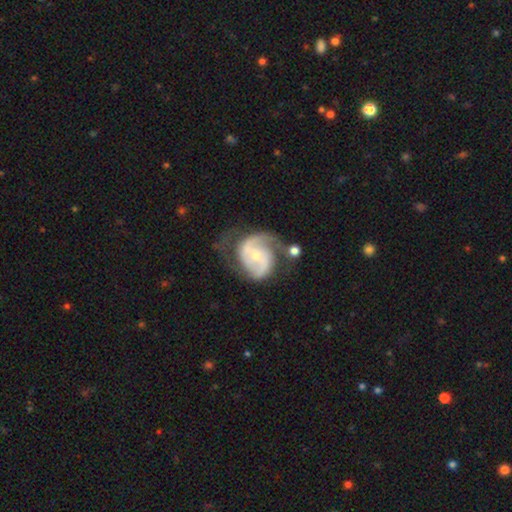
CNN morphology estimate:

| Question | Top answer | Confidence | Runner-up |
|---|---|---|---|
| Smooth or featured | featured or disk | 85% | smooth (10%) |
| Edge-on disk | no | 98% | yes (2%) |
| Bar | no | 54% | weak (36%) |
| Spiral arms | yes | 95% | no (5%) |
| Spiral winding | medium | 48% | tight (34%) |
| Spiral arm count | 2 | 75% | can't tell (9%) |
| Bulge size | small | 56% | moderate (39%) |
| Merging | none | 50% | minor disturbance (24%) |